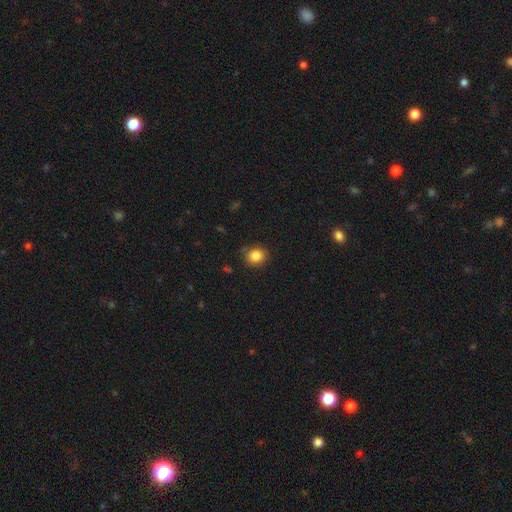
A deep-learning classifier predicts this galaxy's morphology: A smooth galaxy with no disk features (85%) that is round (72%).

Vote fractions:
- Smooth or featured? smooth: 85% / star or artifact: 10% / featured or disk: 5%
- How rounded? round: 72% / in between: 27% / cigar-shaped: 1%
- Merging? none: 84% / minor disturbance: 12% / major disturbance: 3% / merger: 1%